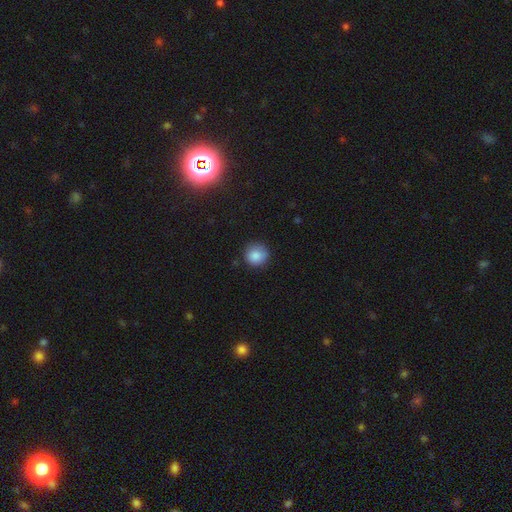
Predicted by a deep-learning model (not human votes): Morphology: type=smooth (85%); roundness=round (92%); merging=none (81%).